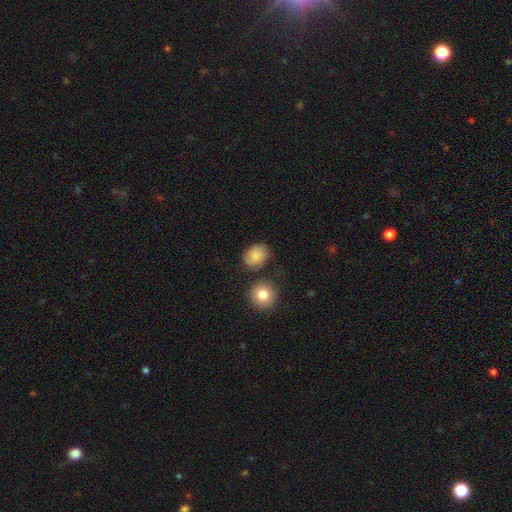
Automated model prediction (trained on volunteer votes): A smooth galaxy with no disk features (84%) that is in between round and cigar-shaped (60%).

Vote fractions:
- Smooth or featured? smooth: 84% / featured or disk: 8% / star or artifact: 8%
- How rounded? in between: 60% / round: 39% / cigar-shaped: 1%
- Merging? none: 75% / minor disturbance: 16% / merger: 6% / major disturbance: 4%